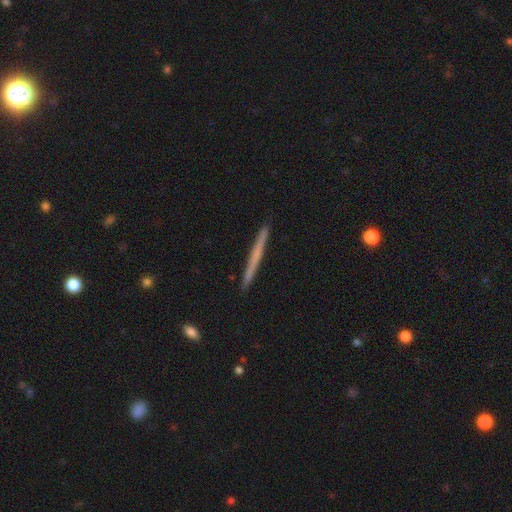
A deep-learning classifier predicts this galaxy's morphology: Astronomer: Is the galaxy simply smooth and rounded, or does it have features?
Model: smooth — 48% (runner-up: featured or disk, 47%).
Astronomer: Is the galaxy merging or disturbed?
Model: none — 92%.